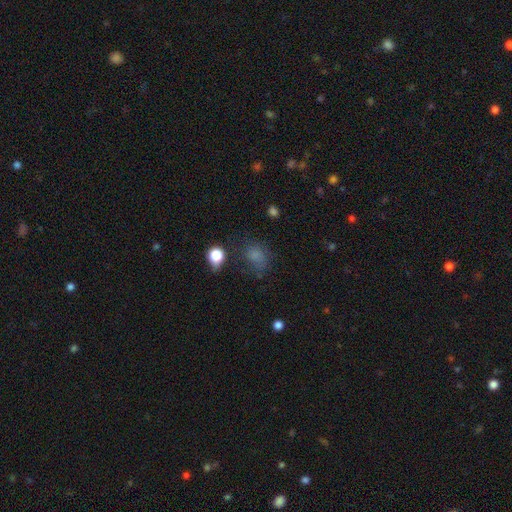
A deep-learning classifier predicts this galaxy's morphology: This is likely a smooth galaxy (72%). How rounded: possibly in between (50%). Merging: possibly none (52%).